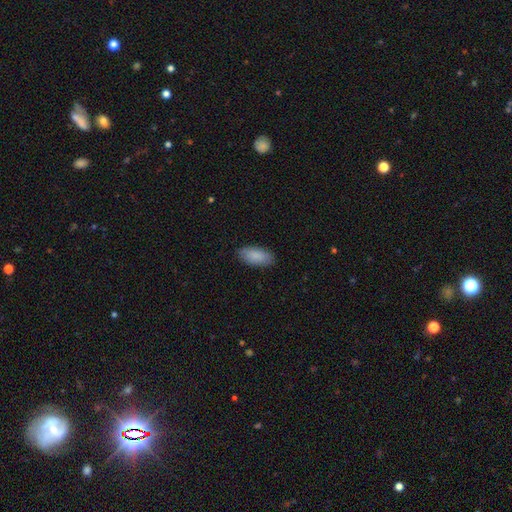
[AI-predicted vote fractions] smooth-or-featured: smooth: 89% | star or artifact: 6% | featured or disk: 5%
  how-rounded: in between: 91% | cigar-shaped: 7% | round: 2%
  merging: none: 88% | minor disturbance: 9% | major disturbance: 2% | merger: 1%